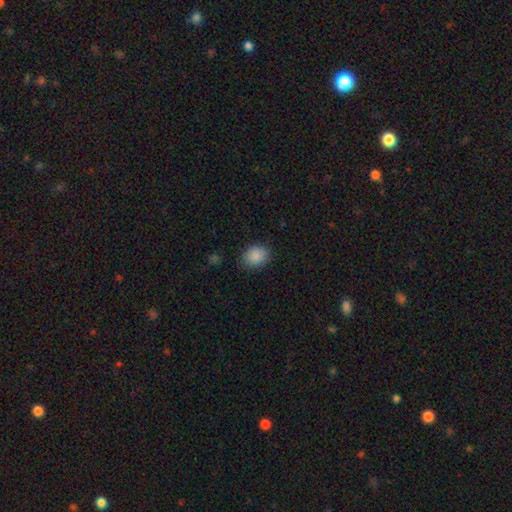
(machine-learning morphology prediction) Smooth or featured? Predicted: smooth (p=0.88). How rounded? Predicted: round (p=0.51). Merging? Predicted: none (p=0.84).